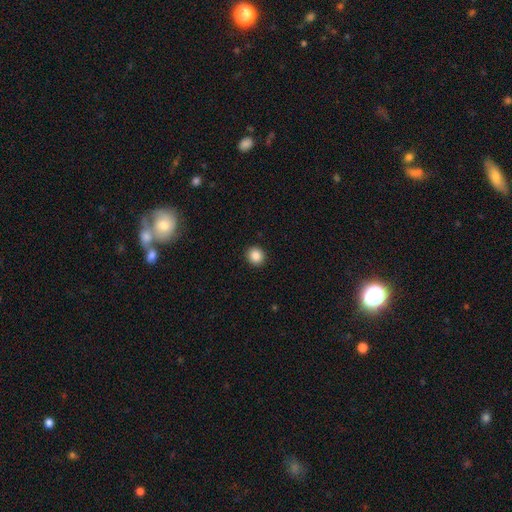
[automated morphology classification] smooth-or-featured: smooth: 87% | star or artifact: 9% | featured or disk: 3%
  how-rounded: round: 90% | in between: 9% | cigar-shaped: 1%
  merging: none: 93% | minor disturbance: 5% | major disturbance: 2% | merger: 1%